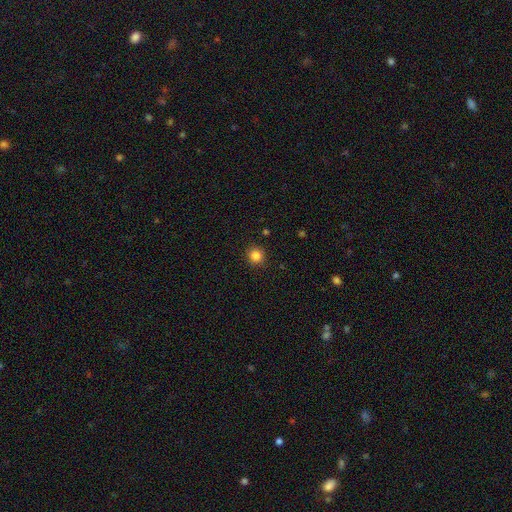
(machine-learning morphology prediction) Smooth or featured?
  - smooth: 85% *
  - star or artifact: 11%
  - featured or disk: 4%
How rounded?
  - round: 92% *
  - in between: 7%
  - cigar-shaped: 1%
Merging?
  - none: 91% *
  - minor disturbance: 6%
  - major disturbance: 2%
  - merger: 1%